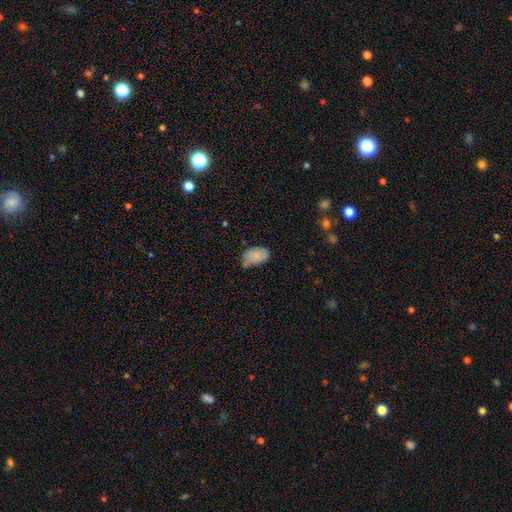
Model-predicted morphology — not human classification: Smooth or featured?
  - smooth: 83% *
  - featured or disk: 9%
  - star or artifact: 8%
How rounded?
  - in between: 89% *
  - round: 9%
  - cigar-shaped: 1%
Merging?
  - none: 49% *
  - minor disturbance: 34%
  - merger: 9%
  - major disturbance: 8%